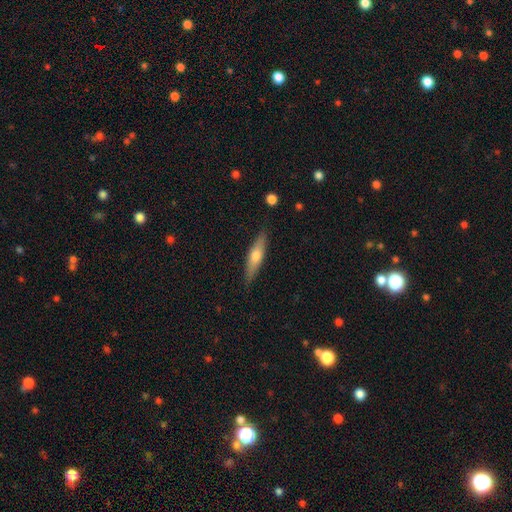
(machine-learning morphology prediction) type=smooth (52%); roundness=cigar-shaped (77%); merging=none (87%).